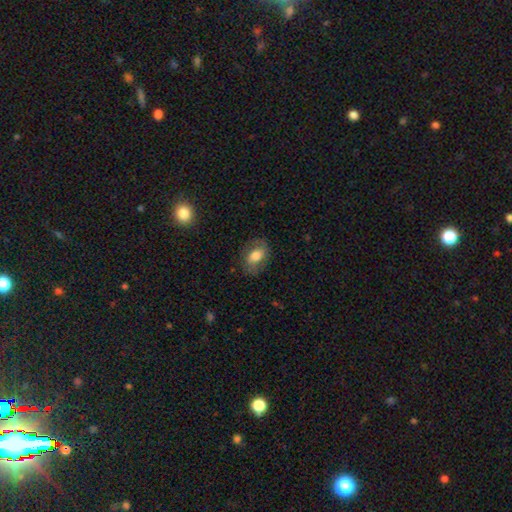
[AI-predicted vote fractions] smooth-or-featured: smooth: 67% | featured or disk: 25% | star or artifact: 8%
  how-rounded: in between: 81% | round: 17% | cigar-shaped: 2%
  merging: none: 78% | minor disturbance: 15% | major disturbance: 6% | merger: 1%